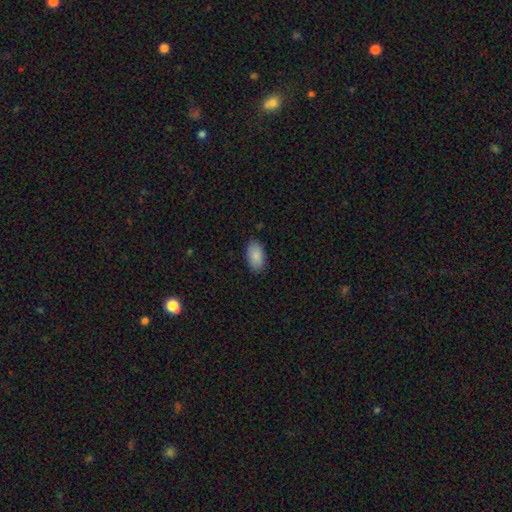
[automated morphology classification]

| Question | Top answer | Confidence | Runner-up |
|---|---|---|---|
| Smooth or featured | smooth | 88% | star or artifact (6%) |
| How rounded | in between | 95% | round (3%) |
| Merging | none | 85% | minor disturbance (12%) |